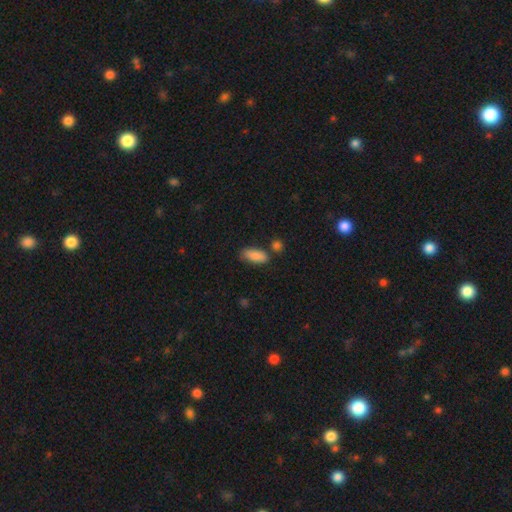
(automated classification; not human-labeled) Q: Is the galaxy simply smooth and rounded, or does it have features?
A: smooth — 87%.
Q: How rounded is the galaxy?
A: in between — 84%.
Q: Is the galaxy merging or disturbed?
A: none — 70%.